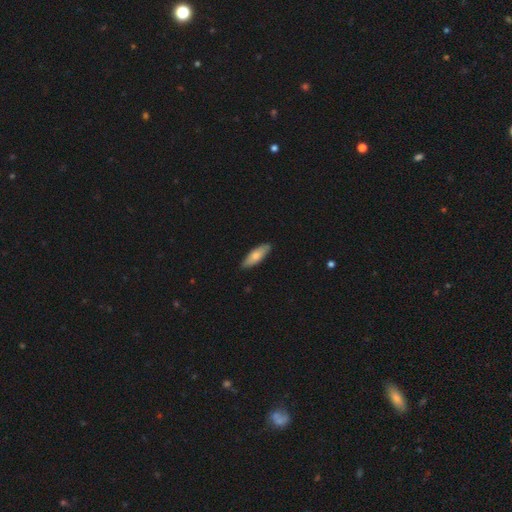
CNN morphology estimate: A smooth galaxy with no disk features (72%) that is in between round and cigar-shaped (57%).

Vote fractions:
- Smooth or featured? smooth: 72% / featured or disk: 23% / star or artifact: 5%
- How rounded? in between: 57% / cigar-shaped: 41% / round: 2%
- Merging? none: 87% / minor disturbance: 11% / major disturbance: 2% / merger: 1%